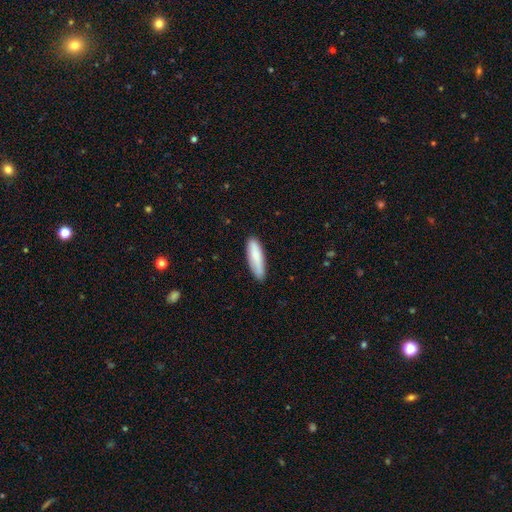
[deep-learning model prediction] Smooth or featured? Predicted: smooth (p=0.82). How rounded? Predicted: cigar-shaped (p=0.64). Merging? Predicted: none (p=0.84).